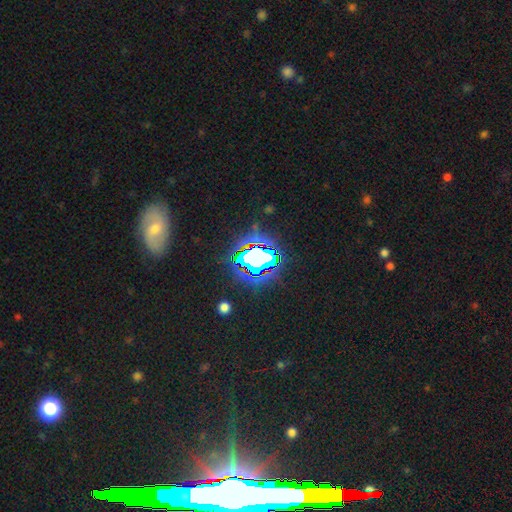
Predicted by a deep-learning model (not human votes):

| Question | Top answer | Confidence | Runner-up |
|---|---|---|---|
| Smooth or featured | star or artifact | 72% | smooth (16%) |